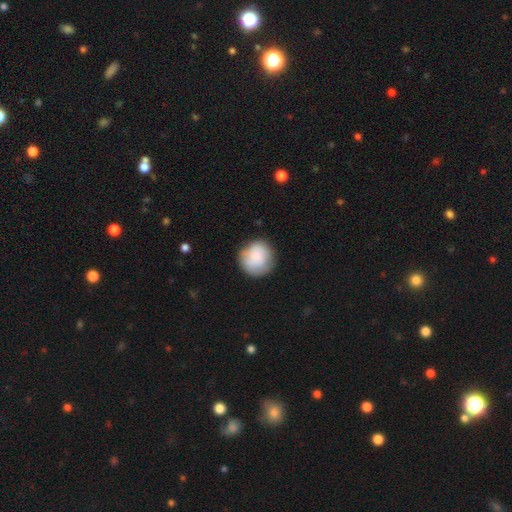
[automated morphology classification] Smooth or featured? smooth (74%)
How rounded? round (90%)
Merging? none (77%)